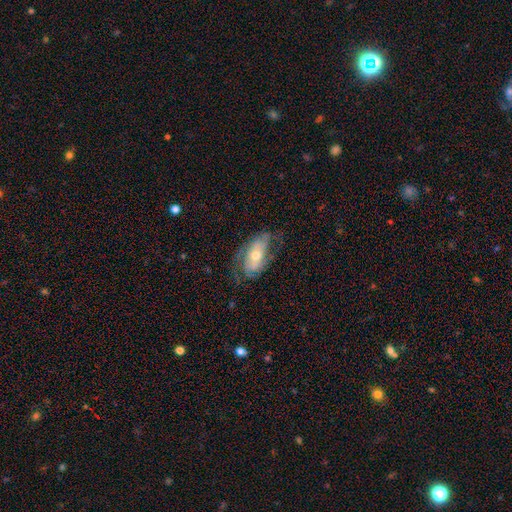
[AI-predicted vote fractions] The model was most divided on "bulge size": moderate: 57%, small: 35%, large: 5%, none: 1%, dominant: 1%. More confident: edge-on disk — no (90%); spiral arms — yes (75%); smooth or featured — featured or disk (64%); bar — no (61%); merging — none (58%).